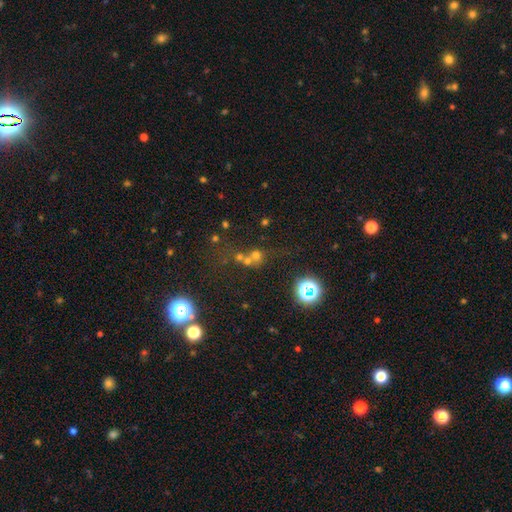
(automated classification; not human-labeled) A smooth galaxy with no disk features (54%) that is round (84%).

Vote fractions:
- Smooth or featured? smooth: 54% / star or artifact: 30% / featured or disk: 16%
- How rounded? round: 84% / in between: 14% / cigar-shaped: 1%
- Merging? none: 42% (tied) / merger: 42% (tied) / minor disturbance: 8% / major disturbance: 7%